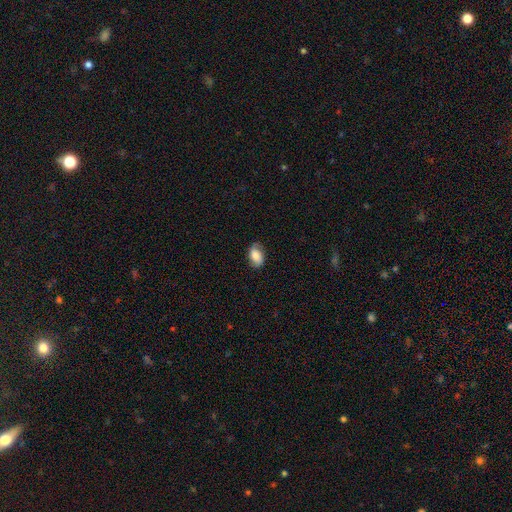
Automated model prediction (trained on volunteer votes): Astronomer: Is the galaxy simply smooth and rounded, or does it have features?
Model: smooth — 74%.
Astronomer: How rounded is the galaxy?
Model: in between — 88%.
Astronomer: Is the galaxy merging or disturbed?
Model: none — 74%.